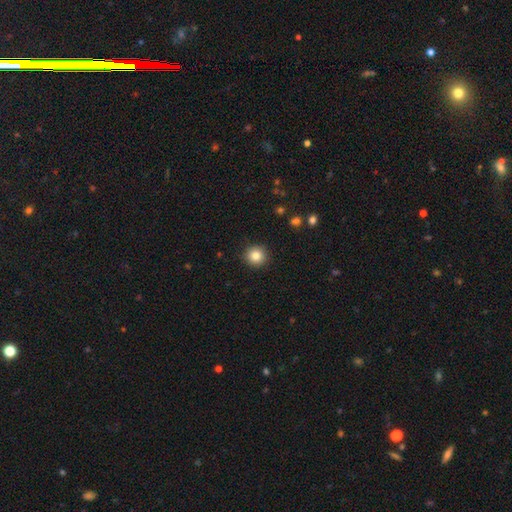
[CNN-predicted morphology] A smooth galaxy with no disk features (85%) that is round (93%).

Vote fractions:
- Smooth or featured? smooth: 85% / star or artifact: 10% / featured or disk: 6%
- How rounded? round: 93% / in between: 6% / cigar-shaped: 1%
- Merging? none: 92% / minor disturbance: 6% / major disturbance: 2% / merger: 1%